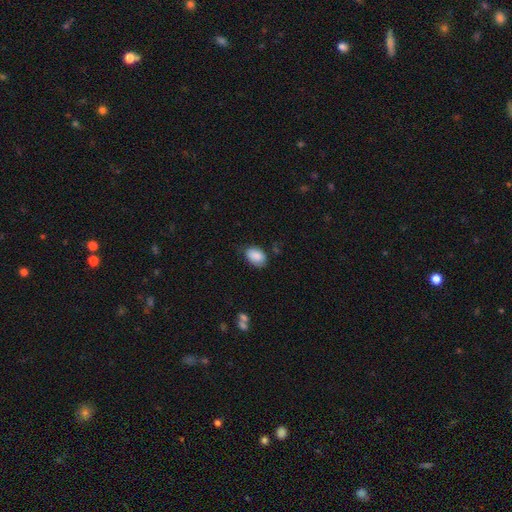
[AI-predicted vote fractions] Q: Smooth or featured?
A: smooth (87%); runner-up: star or artifact (7%)
Q: How rounded?
A: in between (85%); runner-up: round (14%)
Q: Merging?
A: none (70%); runner-up: minor disturbance (23%)